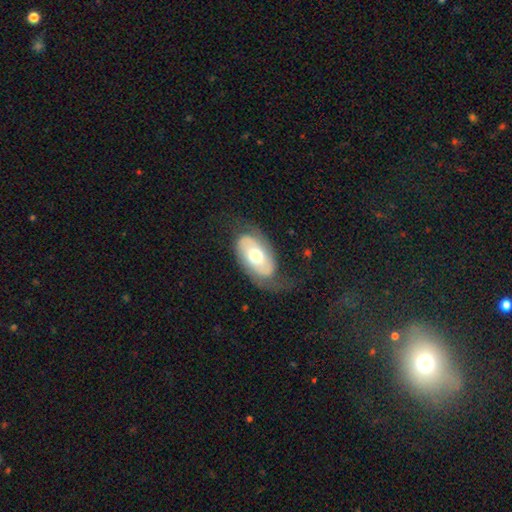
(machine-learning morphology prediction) Smooth or featured? featured or disk (65%)
Edge-on disk? no (93%)
Bar? no (68%)
Spiral arms? yes (79%)
Bulge size? moderate (70%)
Merging? none (61%)